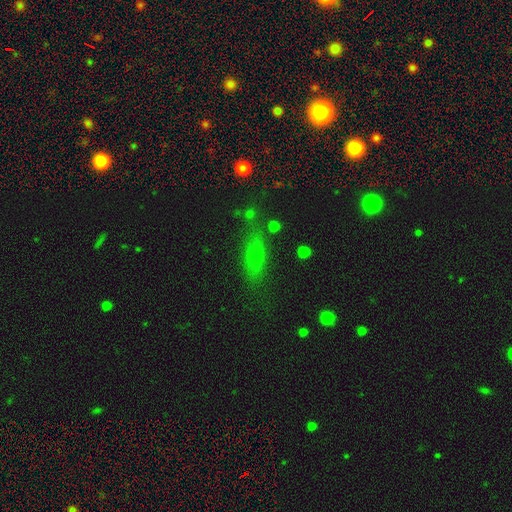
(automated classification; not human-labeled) A smooth galaxy with no disk features (52%) that is cigar-shaped (50%).

Vote fractions:
- Smooth or featured? smooth: 52% / featured or disk: 28% / star or artifact: 20%
- How rounded? cigar-shaped: 50% / in between: 43% / round: 7%
- Merging? none: 73% / minor disturbance: 16% / major disturbance: 6% / merger: 5%